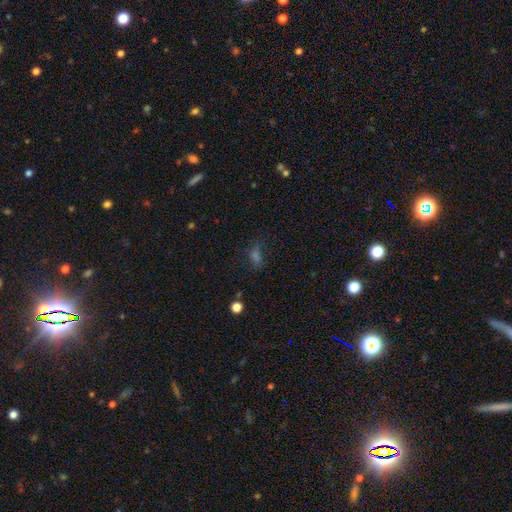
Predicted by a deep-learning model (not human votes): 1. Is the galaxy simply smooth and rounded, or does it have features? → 50% smooth, 33% star or artifact, 17% featured or disk.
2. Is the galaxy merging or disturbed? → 58% none, 21% minor disturbance, 17% major disturbance, 4% merger.